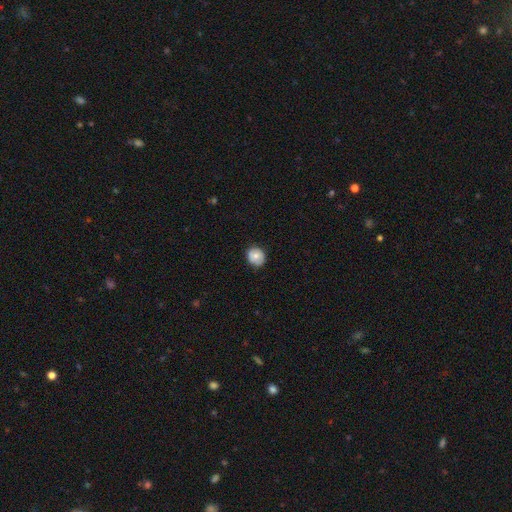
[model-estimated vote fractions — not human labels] Smooth or featured? smooth (70%)
How rounded? round (79%)
Merging? none (82%)